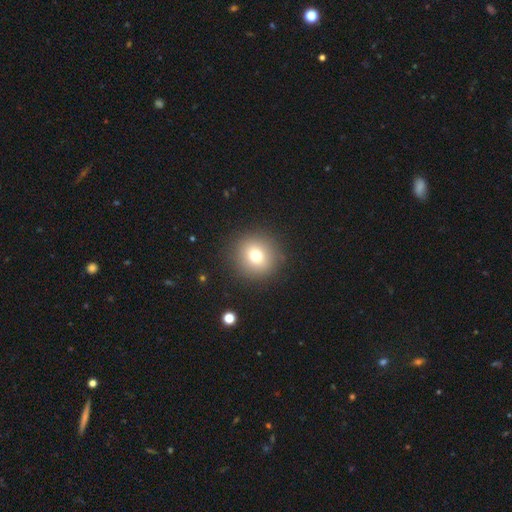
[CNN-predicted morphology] Smooth or featured? Predicted: smooth (p=0.74). How rounded? Predicted: round (p=0.92). Merging? Predicted: none (p=0.90).